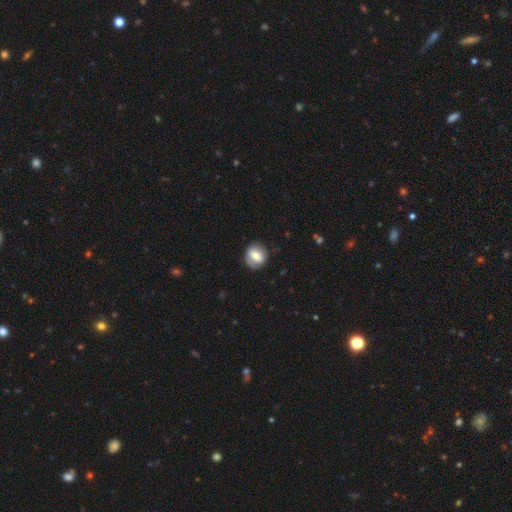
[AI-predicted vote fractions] A smooth galaxy with no disk features (63%) that is round (57%). Merging: none (81%).